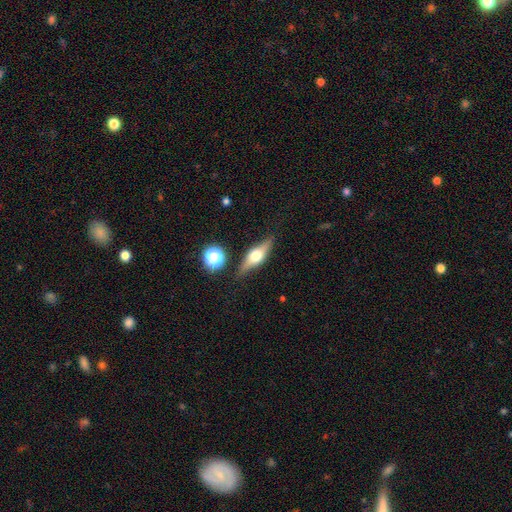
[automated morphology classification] Q: Smooth or featured?
A: featured or disk (60%); runner-up: smooth (33%)
Q: Edge-on disk?
A: yes (92%); runner-up: no (8%)
Q: Edge-on bulge?
A: rounded (94%); runner-up: boxy (4%)
Q: Merging?
A: none (83%); runner-up: minor disturbance (12%)